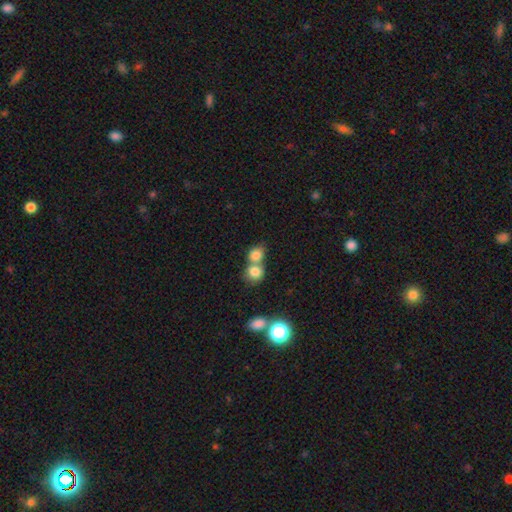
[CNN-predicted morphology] A smooth galaxy with no disk features (80%) that is round (70%). Merging: merger (58%).